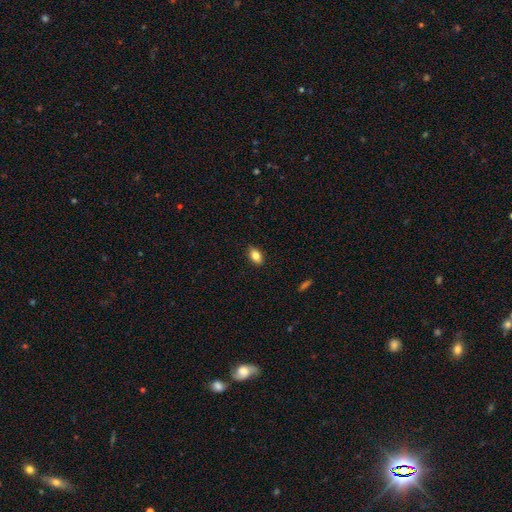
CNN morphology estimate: A smooth galaxy with no disk features (84%) that is in between round and cigar-shaped (89%). Merging: none (88%).